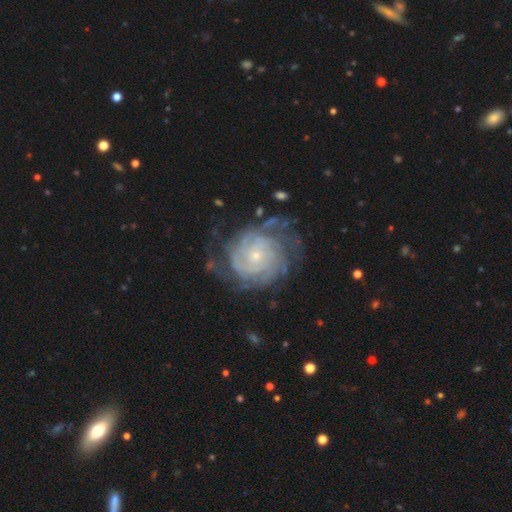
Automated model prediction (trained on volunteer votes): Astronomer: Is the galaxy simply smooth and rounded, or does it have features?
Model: featured or disk — 86%.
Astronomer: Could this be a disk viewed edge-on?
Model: no — 97%.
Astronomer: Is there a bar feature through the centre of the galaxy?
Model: no — 78%.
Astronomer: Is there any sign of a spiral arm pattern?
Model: yes — 97%.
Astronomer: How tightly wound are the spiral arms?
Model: tight — 79%.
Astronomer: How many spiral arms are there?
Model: can't tell — 32% (runner-up: 4, 21%).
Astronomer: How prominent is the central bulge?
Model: small — 81%.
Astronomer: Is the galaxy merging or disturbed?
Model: none — 69%.